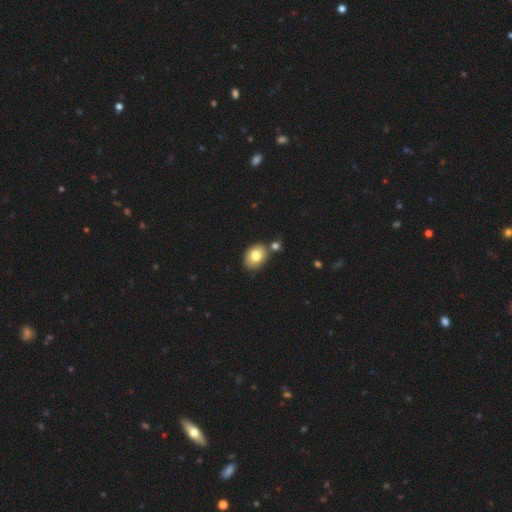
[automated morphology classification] Overall: smooth (79%). How rounded: in between (71%). Merging: none (72%).